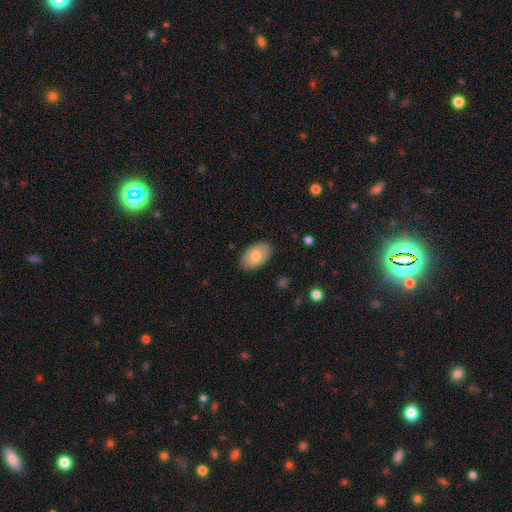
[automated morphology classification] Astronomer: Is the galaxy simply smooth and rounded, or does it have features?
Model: smooth — 76%.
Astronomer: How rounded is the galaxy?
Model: in between — 93%.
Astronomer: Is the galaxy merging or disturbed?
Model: none — 85%.